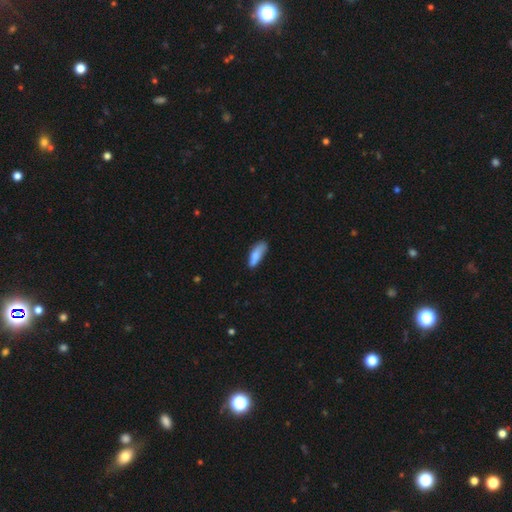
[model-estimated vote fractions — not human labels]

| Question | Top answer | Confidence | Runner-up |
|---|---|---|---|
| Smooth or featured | smooth | 80% | featured or disk (13%) |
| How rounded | in between | 56% | cigar-shaped (42%) |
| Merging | none | 64% | minor disturbance (27%) |